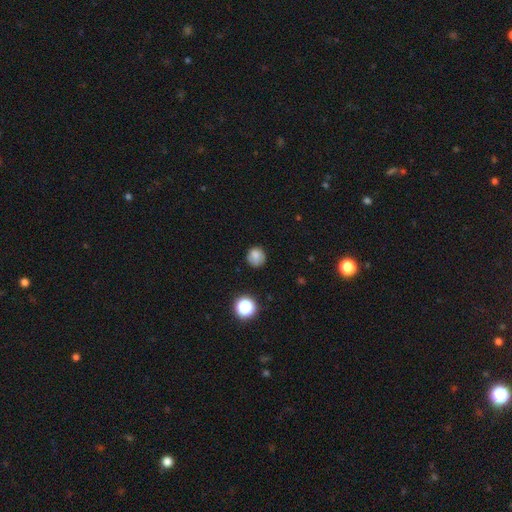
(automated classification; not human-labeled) smooth 78%, star or artifact 12%, featured or disk 9%. Down the decision tree: how rounded — round (87%); merging — none (76%).